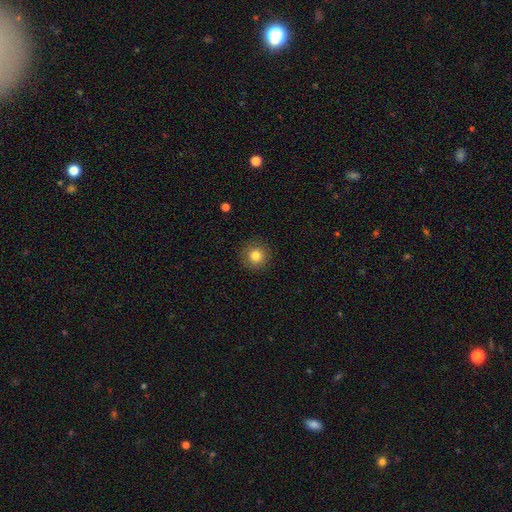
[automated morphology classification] smooth-or-featured: smooth: 81% | star or artifact: 11% | featured or disk: 8%
  how-rounded: round: 95% | in between: 4% | cigar-shaped: 1%
  merging: none: 91% | minor disturbance: 6% | major disturbance: 2% | merger: 1%